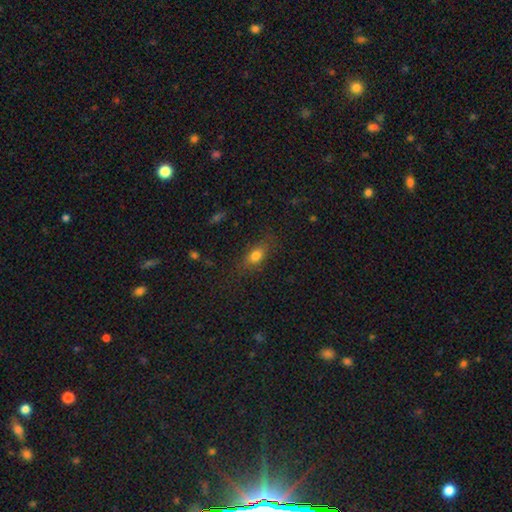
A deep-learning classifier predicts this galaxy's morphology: Smooth or featured?
  - smooth: 76% *
  - featured or disk: 12%
  - star or artifact: 11%
How rounded?
  - in between: 76% *
  - round: 12%
  - cigar-shaped: 12%
Merging?
  - none: 75% *
  - minor disturbance: 17%
  - major disturbance: 6%
  - merger: 2%